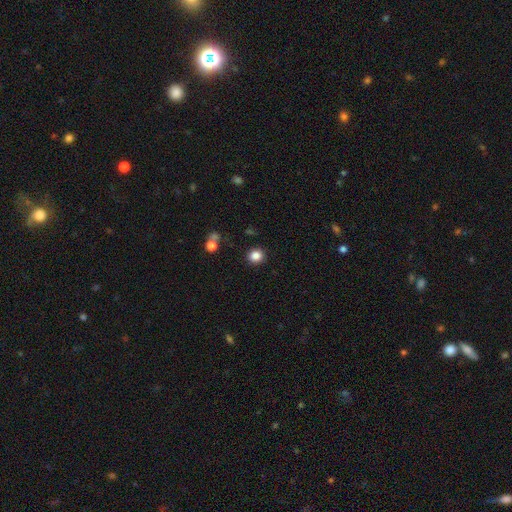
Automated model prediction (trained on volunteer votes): smooth 85%, star or artifact 11%, featured or disk 4%. Down the decision tree: how rounded — round (88%); merging — none (89%).